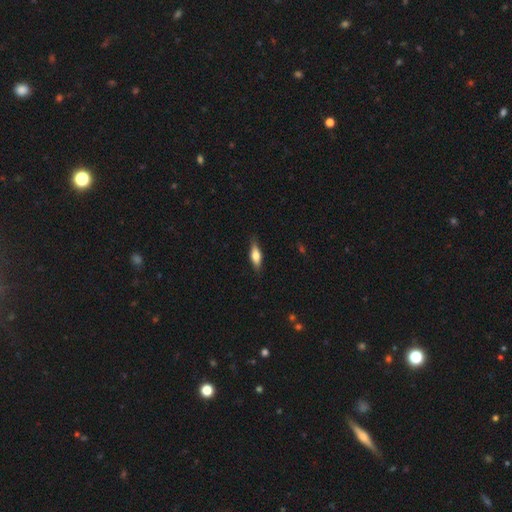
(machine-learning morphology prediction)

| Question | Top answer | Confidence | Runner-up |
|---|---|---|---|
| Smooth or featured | smooth | 58% | featured or disk (35%) |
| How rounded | in between | 53% | cigar-shaped (43%) |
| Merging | none | 84% | minor disturbance (13%) |